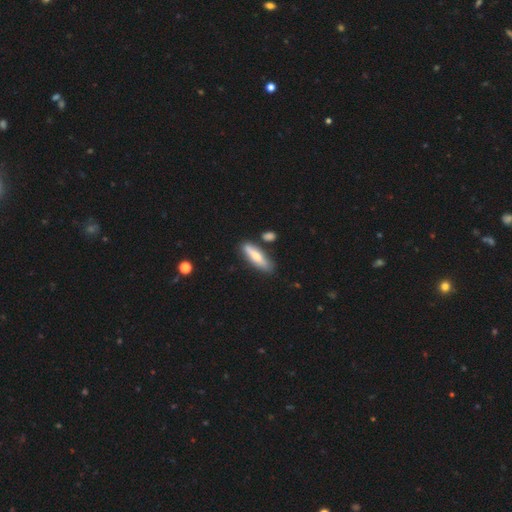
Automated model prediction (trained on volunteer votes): Morphology: type=smooth (64%); roundness=cigar-shaped (66%); merging=none (77%).